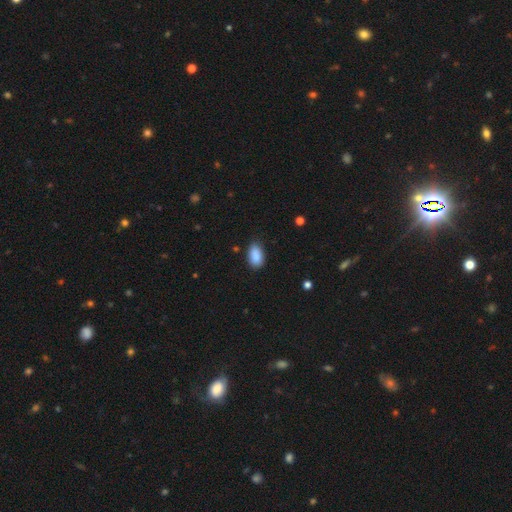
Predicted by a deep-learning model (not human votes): smooth-or-featured: smooth: 89% | star or artifact: 7% | featured or disk: 4%
  how-rounded: in between: 92% | round: 6% | cigar-shaped: 2%
  merging: none: 79% | minor disturbance: 17% | major disturbance: 3% | merger: 1%